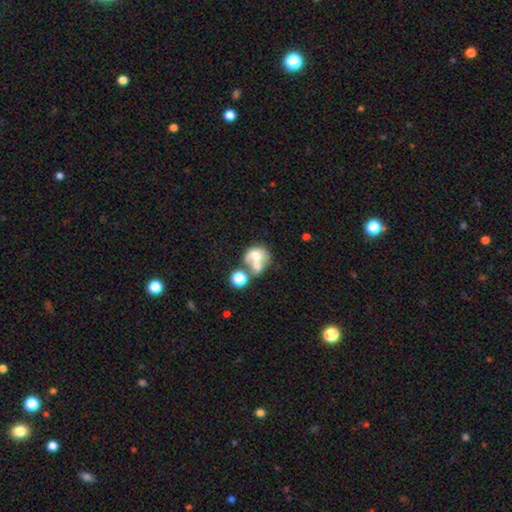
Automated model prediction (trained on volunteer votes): Smooth or featured? Predicted: smooth (p=0.57). How rounded? Predicted: round (p=0.58). Merging? Predicted: merger (p=0.62).